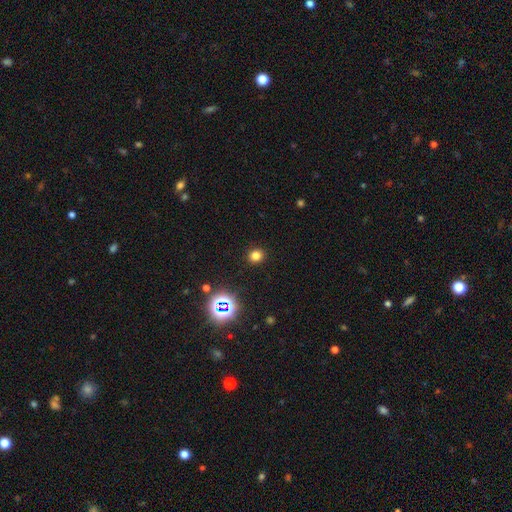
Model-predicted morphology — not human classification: Smooth or featured: smooth — 76% (star or artifact — 19%)
How rounded: round — 81% (in between — 18%)
Merging: none — 91% (minor disturbance — 6%)